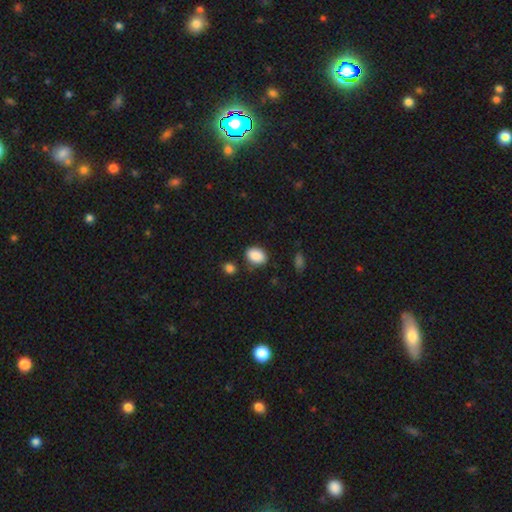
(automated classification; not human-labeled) Smooth or featured? smooth (88%)
How rounded? in between (78%)
Merging? none (78%)